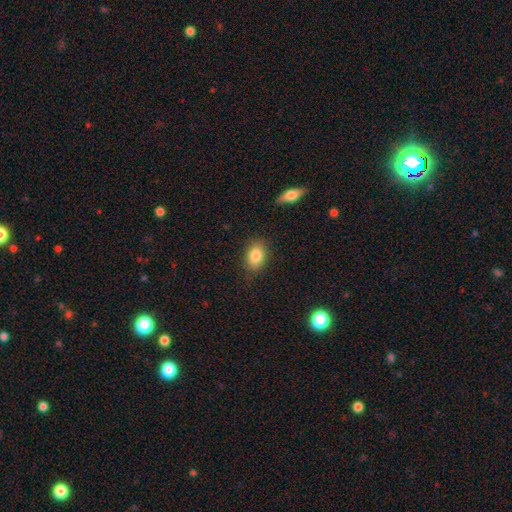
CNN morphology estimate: smooth 84%, star or artifact 8%, featured or disk 7%. Down the decision tree: how rounded — in between (81%); merging — none (83%).